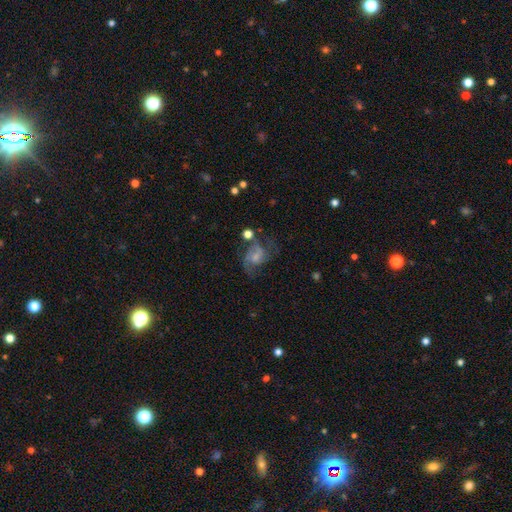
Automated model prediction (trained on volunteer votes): featured or disk 61%, smooth 29%, star or artifact 10%. Down the decision tree: edge-on disk — no (98%); bar — no (54%); spiral arms — yes (82%); bulge size — small (40%); merging — none (38%).